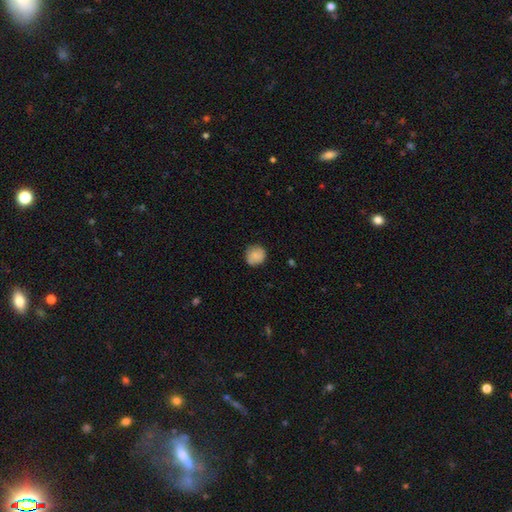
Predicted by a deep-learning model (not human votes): A smooth galaxy with no disk features (85%) that is round (85%).

Vote fractions:
- Smooth or featured? smooth: 85% / featured or disk: 8% / star or artifact: 7%
- How rounded? round: 85% / in between: 14% / cigar-shaped: 1%
- Merging? none: 82% / minor disturbance: 14% / major disturbance: 3% / merger: 1%